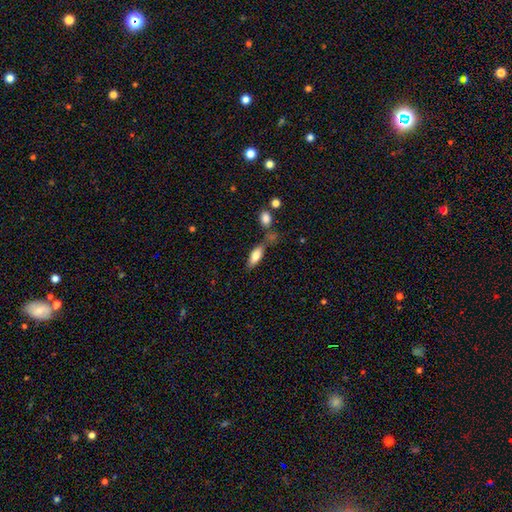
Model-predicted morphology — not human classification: smooth_or_featured: smooth (p=0.78) [alt: featured or disk p=0.16]
how_rounded: in between (p=0.73) [alt: cigar-shaped p=0.24]
merging: none (p=0.61) [alt: merger p=0.18]